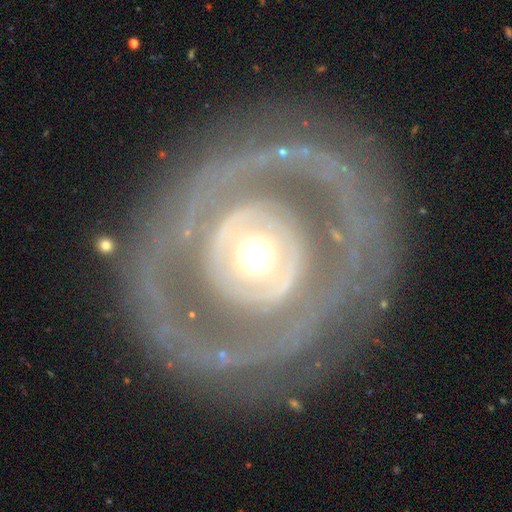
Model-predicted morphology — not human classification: Smooth or featured: featured or disk — 79% (smooth — 16%)
Edge-on disk: no — 95% (yes — 5%)
Bar: no — 82% (weak — 11%)
Spiral arms: no — 50% (tied with yes — 50%)
Bulge size: moderate — 62% (large — 25%)
Merging: none — 76% (minor disturbance — 11%)